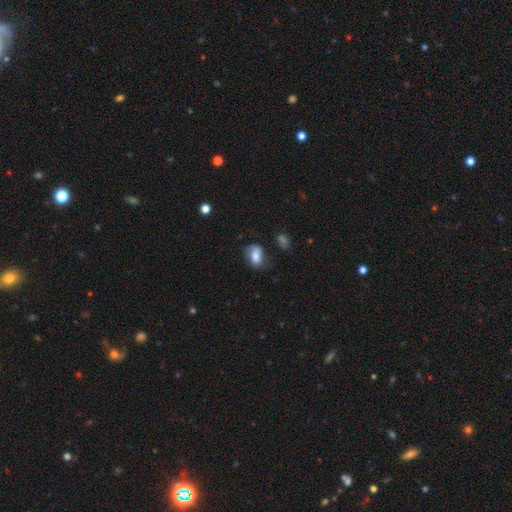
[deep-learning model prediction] Smooth or featured: smooth — 77% (featured or disk — 15%)
How rounded: in between — 81% (round — 18%)
Merging: none — 50% (minor disturbance — 31%)